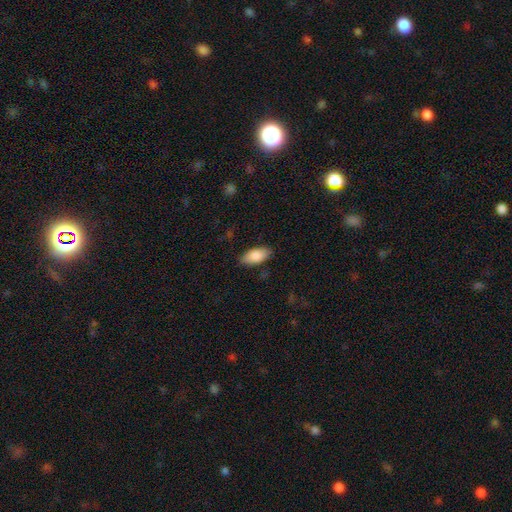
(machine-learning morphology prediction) This appears to be a smooth galaxy with no disk features (86%) that is in between round and cigar-shaped (91%). Merging: none (85%).